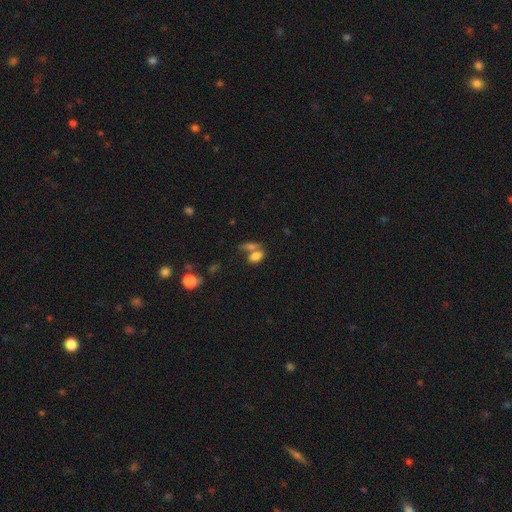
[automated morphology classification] This appears to be a smooth galaxy with no disk features (80%) that is in between round and cigar-shaped (85%). Merging: merger (46%).